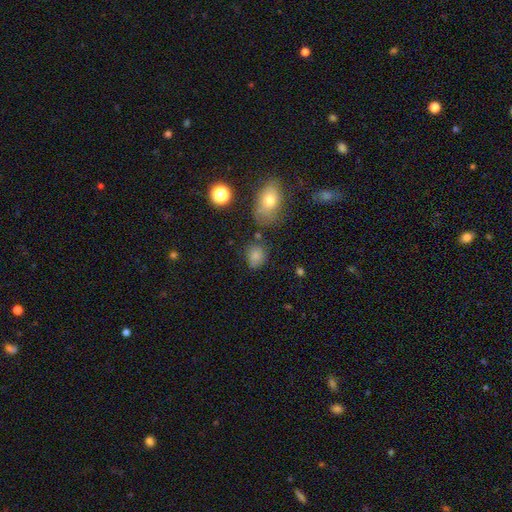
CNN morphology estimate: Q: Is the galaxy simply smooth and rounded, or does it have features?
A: smooth — 77%.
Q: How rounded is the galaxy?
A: in between — 55%.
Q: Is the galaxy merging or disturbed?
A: none — 66%.